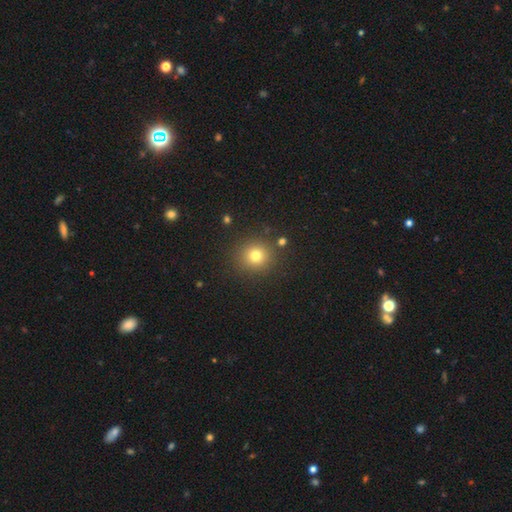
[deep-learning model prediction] Morphology: type=smooth (76%); roundness=round (92%); merging=none (88%).